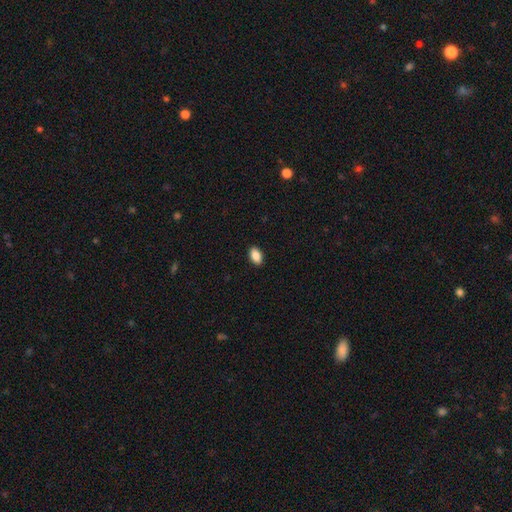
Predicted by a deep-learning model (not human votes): Overall: smooth (88%). How rounded: in between (92%). Merging: none (90%).